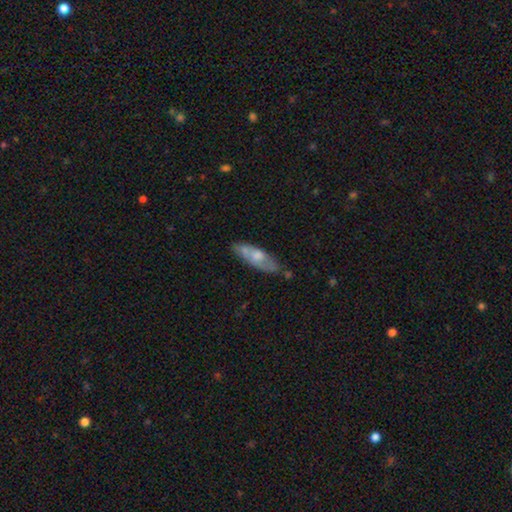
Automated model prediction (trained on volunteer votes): The model was most divided on "how rounded": in between: 57%, cigar-shaped: 41%, round: 2%. More confident: merging — none (64%); smooth or featured — smooth (56%).